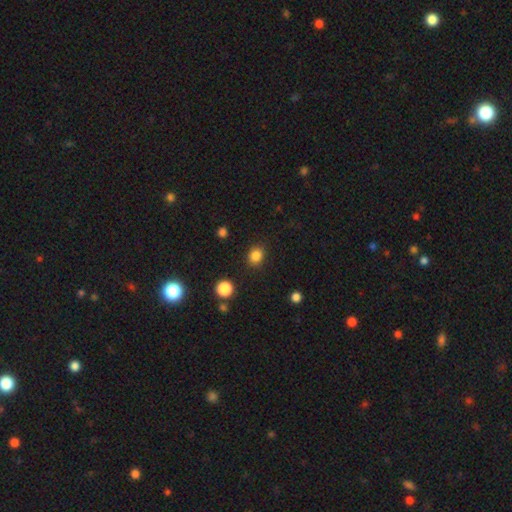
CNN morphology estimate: A smooth galaxy with no disk features (84%) that is round (61%).

Vote fractions:
- Smooth or featured? smooth: 84% / star or artifact: 12% / featured or disk: 4%
- How rounded? round: 61% / in between: 38% / cigar-shaped: 1%
- Merging? none: 87% / minor disturbance: 8% / major disturbance: 3% / merger: 2%